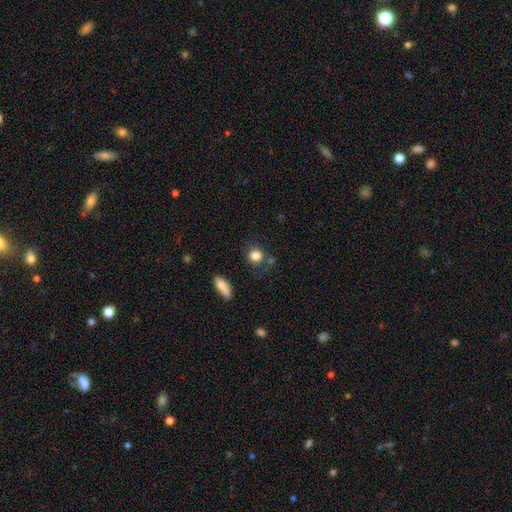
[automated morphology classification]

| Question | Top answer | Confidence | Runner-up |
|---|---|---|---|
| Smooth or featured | smooth | 83% | star or artifact (10%) |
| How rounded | round | 80% | in between (18%) |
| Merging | none | 72% | minor disturbance (15%) |